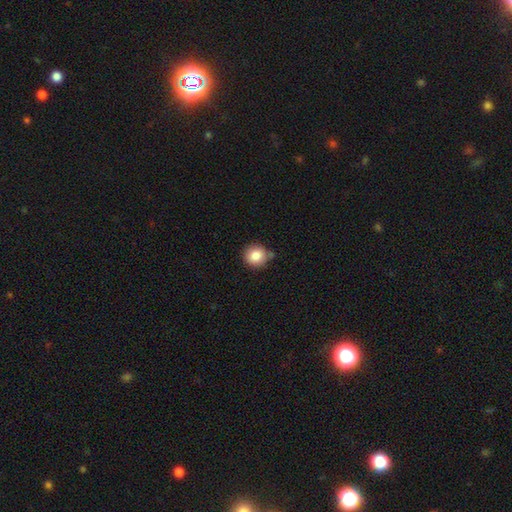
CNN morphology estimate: Overall: smooth (85%). How rounded: round (89%). Merging: none (75%).